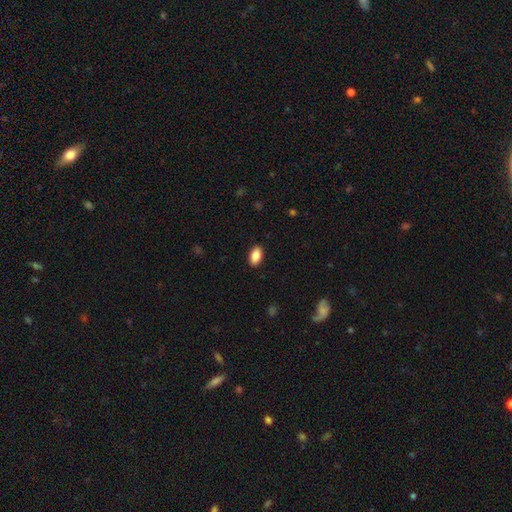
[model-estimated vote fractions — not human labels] A smooth galaxy with no disk features (86%) that is in between round and cigar-shaped (93%). Merging: none (89%).